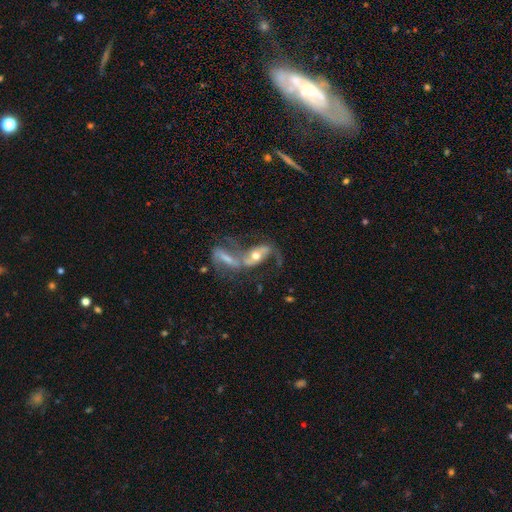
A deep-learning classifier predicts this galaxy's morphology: The model was most divided on "bar": no: 46%, weak: 27%, strong: 27%. More confident: edge-on disk — no (89%); spiral arms — yes (80%); spiral arm count — 2 (78%); smooth or featured — featured or disk (72%); spiral winding — loose (68%); bulge size — moderate (60%); merging — merger (58%).